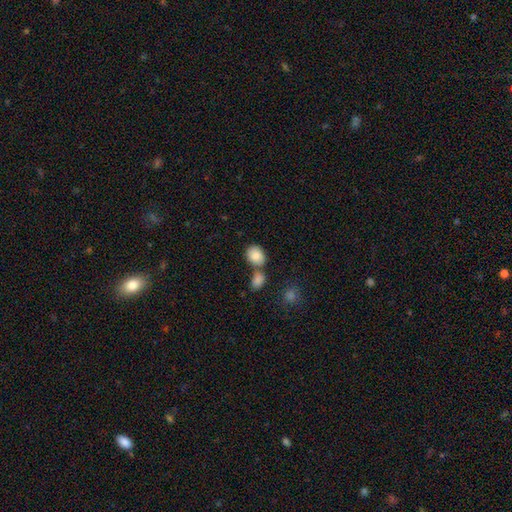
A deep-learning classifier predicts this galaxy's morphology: smooth 87%, star or artifact 7%, featured or disk 6%. Down the decision tree: how rounded — in between (56%); merging — none (51%).